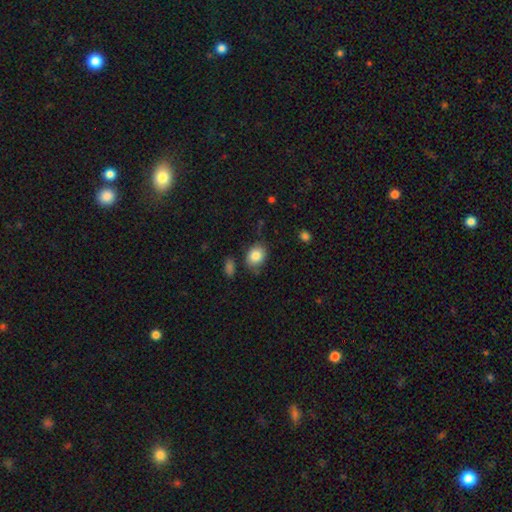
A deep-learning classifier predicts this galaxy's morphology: Smooth or featured? Predicted: smooth (p=0.83). How rounded? Predicted: in between (p=0.54). Merging? Predicted: none (p=0.75).